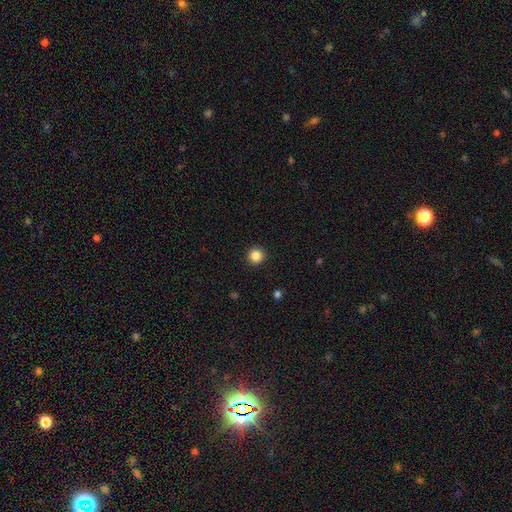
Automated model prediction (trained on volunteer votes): This appears to be a smooth galaxy with no disk features (85%) that is round (95%). Merging: none (93%).